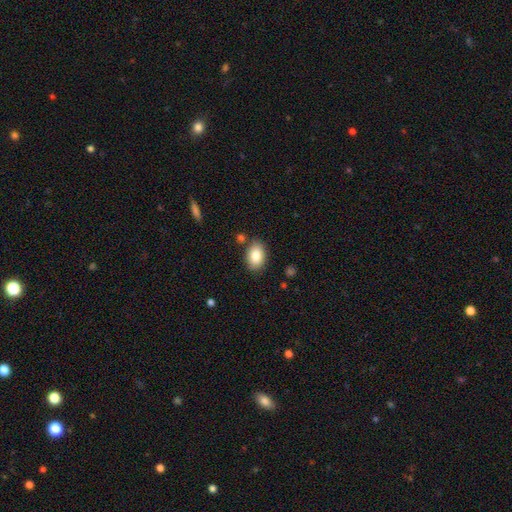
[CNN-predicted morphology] smooth-or-featured: smooth: 84% | featured or disk: 8% | star or artifact: 7%
  how-rounded: in between: 86% | round: 12% | cigar-shaped: 1%
  merging: none: 81% | minor disturbance: 12% | merger: 4% | major disturbance: 3%